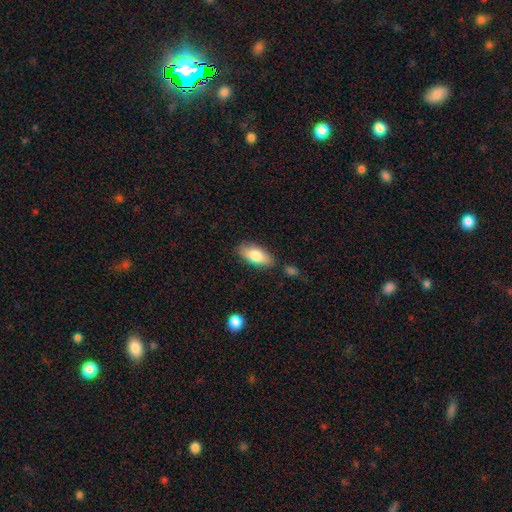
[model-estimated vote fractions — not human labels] Smooth or featured? Predicted: smooth (p=0.80). How rounded? Predicted: in between (p=0.83). Merging? Predicted: none (p=0.80).